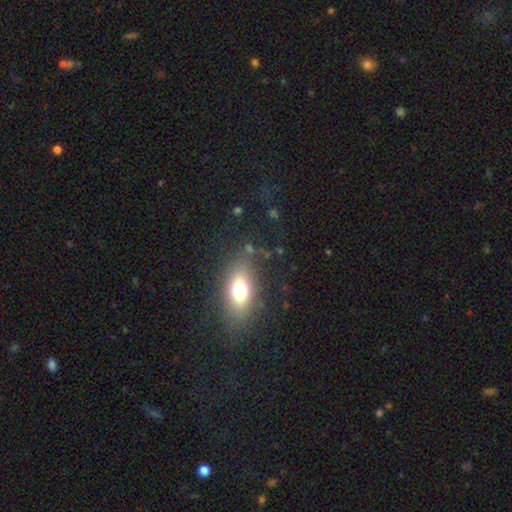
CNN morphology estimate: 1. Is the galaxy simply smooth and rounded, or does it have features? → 63% smooth, 22% featured or disk, 15% star or artifact.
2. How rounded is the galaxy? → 78% in between, 14% cigar-shaped, 8% round.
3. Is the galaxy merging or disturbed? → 76% none, 15% minor disturbance, 7% major disturbance, 2% merger.